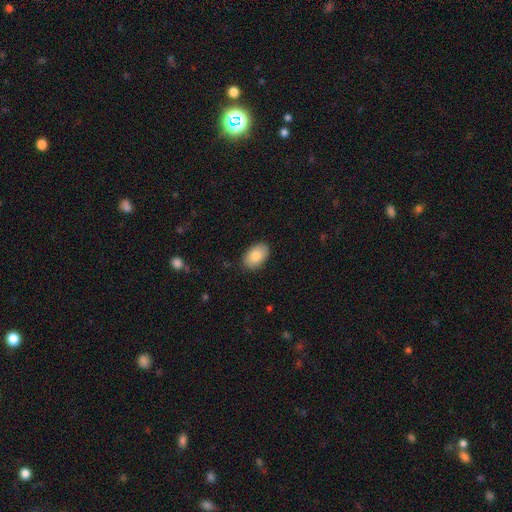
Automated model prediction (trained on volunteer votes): Q: Smooth or featured?
A: smooth (84%); runner-up: featured or disk (9%)
Q: How rounded?
A: in between (91%); runner-up: round (7%)
Q: Merging?
A: none (86%); runner-up: minor disturbance (11%)